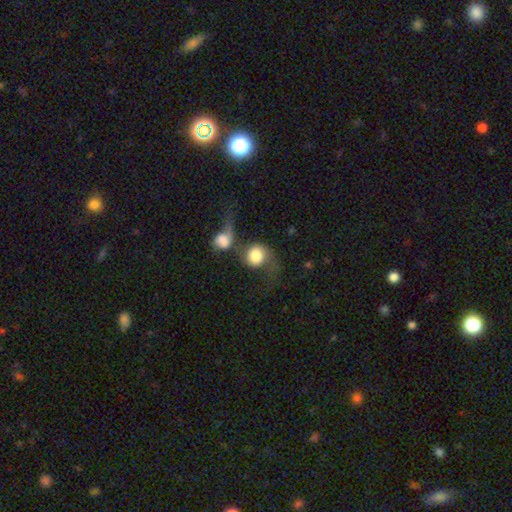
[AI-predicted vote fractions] This is likely a smooth galaxy (64%). How rounded: likely round (78%). Merging: possibly merger (55%).